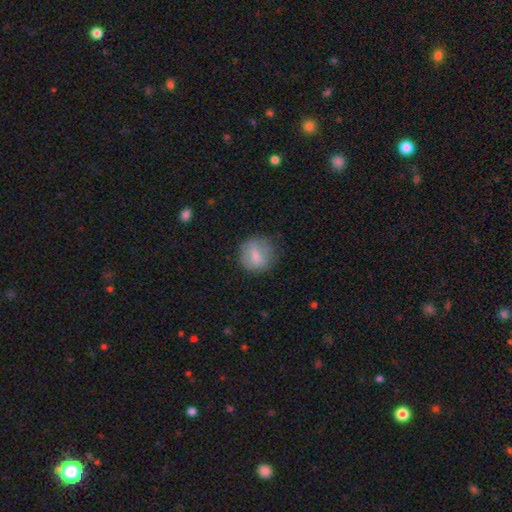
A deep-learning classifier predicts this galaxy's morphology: Smooth or featured? Predicted: smooth (p=0.71). How rounded? Predicted: round (p=0.84). Merging? Predicted: none (p=0.73).